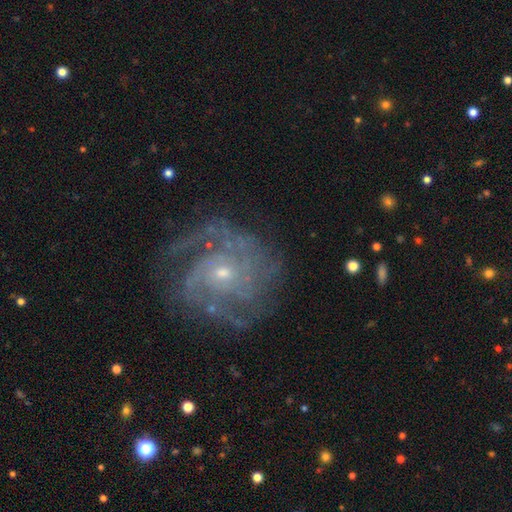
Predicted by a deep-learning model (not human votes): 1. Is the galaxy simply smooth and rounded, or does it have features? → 85% featured or disk, 9% star or artifact, 6% smooth.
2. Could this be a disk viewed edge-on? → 97% no, 3% yes.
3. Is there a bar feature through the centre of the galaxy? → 72% no, 22% weak, 6% strong.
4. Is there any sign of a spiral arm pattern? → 97% yes, 3% no.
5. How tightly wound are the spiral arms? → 62% tight, 31% medium, 7% loose.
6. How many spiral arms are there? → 26% can't tell, 22% 3, 22% 2, 14% 4, 8% more than 4, 8% 1.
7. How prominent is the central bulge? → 74% small, 22% moderate, 2% none, 1% large, 1% dominant.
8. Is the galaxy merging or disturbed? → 76% none, 15% minor disturbance, 8% major disturbance, 1% merger.